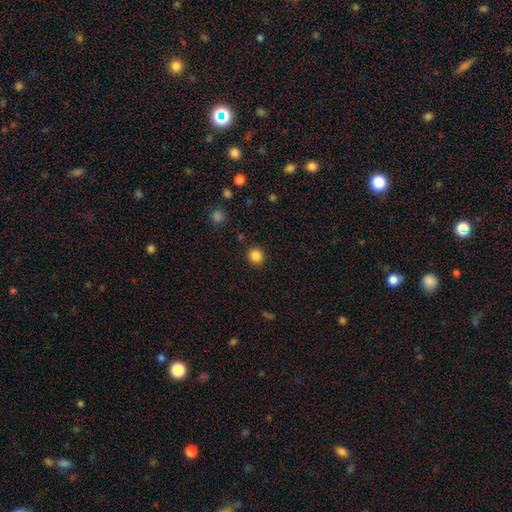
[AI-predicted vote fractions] smooth_or_featured: smooth (p=0.85) [alt: star or artifact p=0.11]
how_rounded: round (p=0.88) [alt: in between p=0.11]
merging: none (p=0.90) [alt: minor disturbance p=0.06]